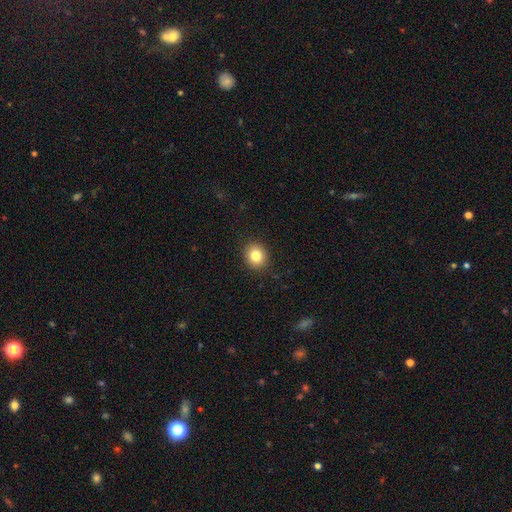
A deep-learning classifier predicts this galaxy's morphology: This appears to be a smooth galaxy with no disk features (83%) that is round (71%). Merging: none (91%).